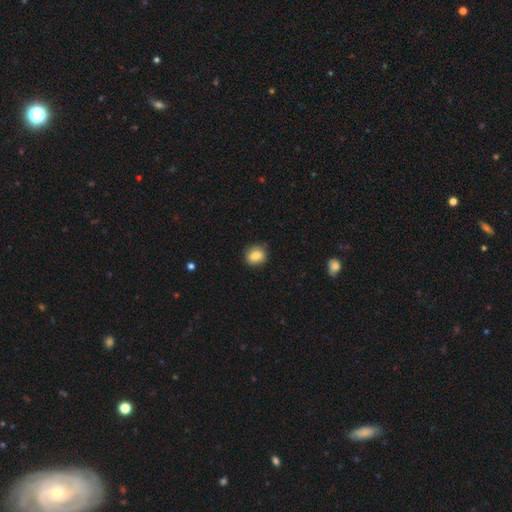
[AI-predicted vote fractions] A smooth galaxy with no disk features (80%) that is round (66%). Merging: none (84%).